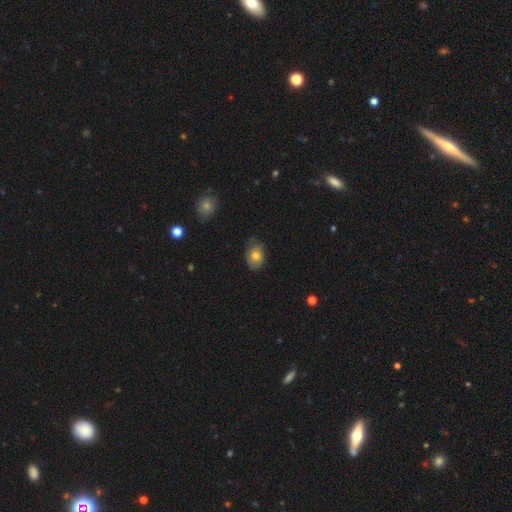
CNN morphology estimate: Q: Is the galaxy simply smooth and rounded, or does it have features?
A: smooth — 73%.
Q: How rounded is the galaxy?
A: in between — 68%.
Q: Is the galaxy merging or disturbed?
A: none — 64%.